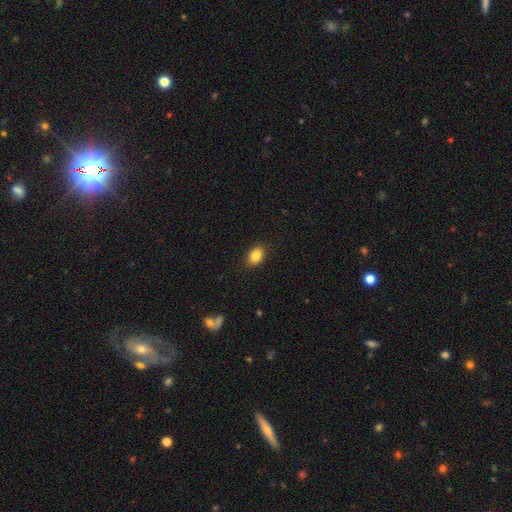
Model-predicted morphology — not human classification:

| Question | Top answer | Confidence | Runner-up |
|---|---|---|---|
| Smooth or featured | smooth | 86% | star or artifact (8%) |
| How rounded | in between | 80% | round (18%) |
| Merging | none | 88% | minor disturbance (8%) |